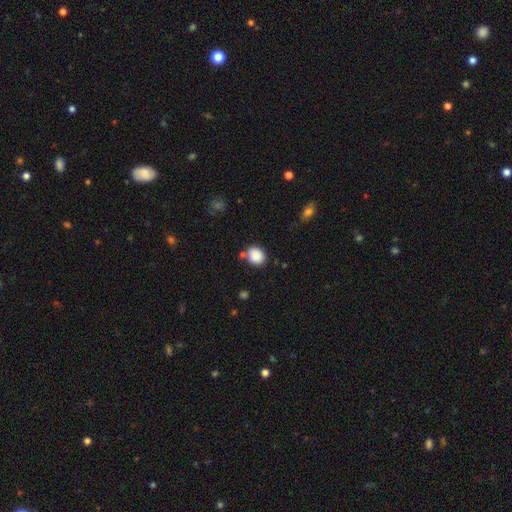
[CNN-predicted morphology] smooth_or_featured: smooth (p=0.87) [alt: star or artifact p=0.09]
how_rounded: round (p=0.56) [alt: in between p=0.43]
merging: none (p=0.71) [alt: minor disturbance p=0.14]